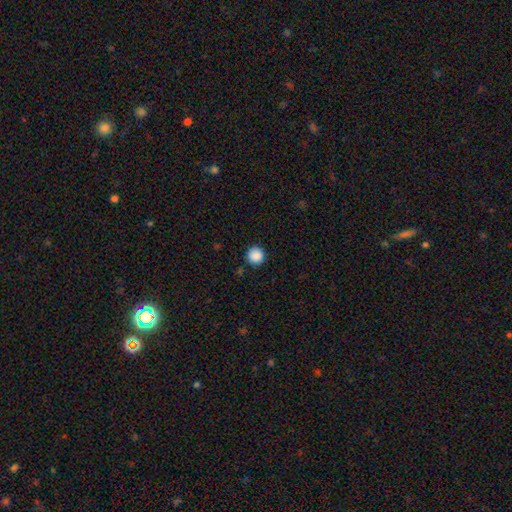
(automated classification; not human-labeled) Smooth or featured? Predicted: smooth (p=0.88). How rounded? Predicted: round (p=0.95). Merging? Predicted: none (p=0.90).